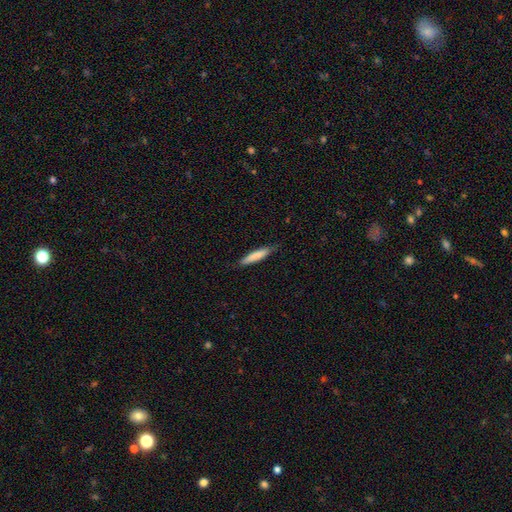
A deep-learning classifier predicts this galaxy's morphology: smooth-or-featured: smooth: 80% | featured or disk: 15% | star or artifact: 6%
  how-rounded: cigar-shaped: 86% | in between: 13% | round: 1%
  merging: none: 79% | minor disturbance: 17% | major disturbance: 3% | merger: 1%